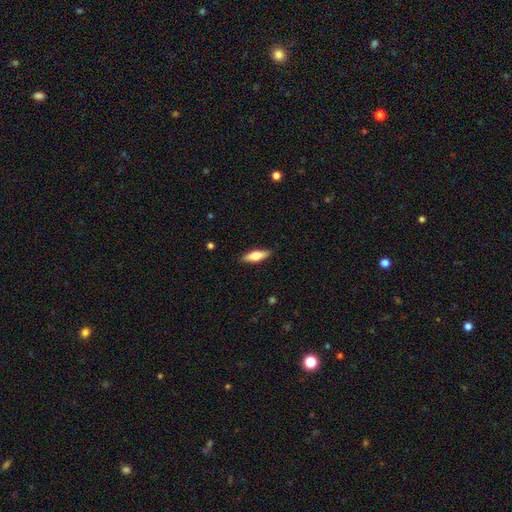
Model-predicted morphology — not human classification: Smooth or featured? smooth (60%)
How rounded? cigar-shaped (50%)
Merging? none (89%)